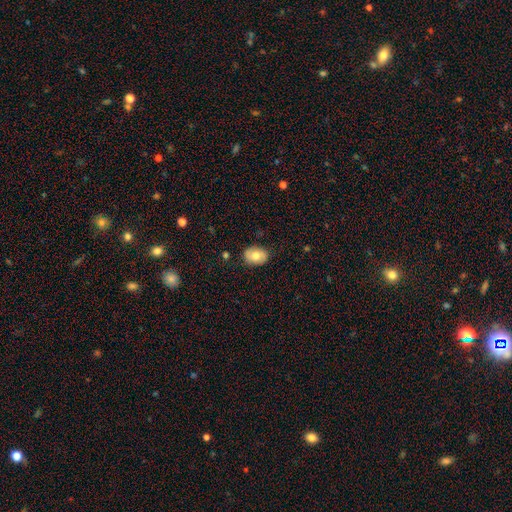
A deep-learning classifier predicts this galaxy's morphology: The model was most divided on "smooth or featured": smooth: 69%, featured or disk: 24%, star or artifact: 7%. More confident: merging — none (84%); how rounded — in between (75%).